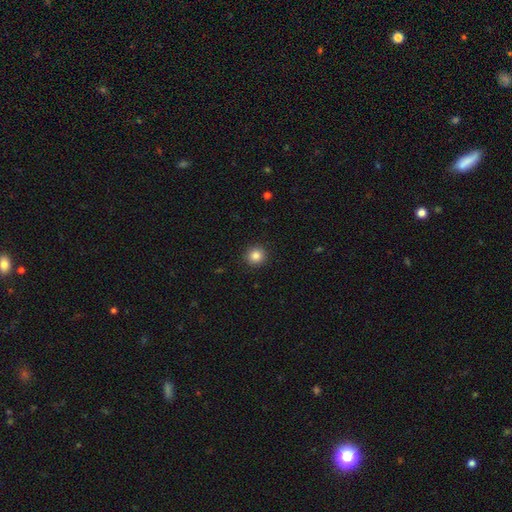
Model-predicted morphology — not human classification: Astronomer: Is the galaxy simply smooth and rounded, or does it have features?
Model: smooth — 85%.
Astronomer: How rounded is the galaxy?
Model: round — 94%.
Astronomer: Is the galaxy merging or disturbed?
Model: none — 92%.